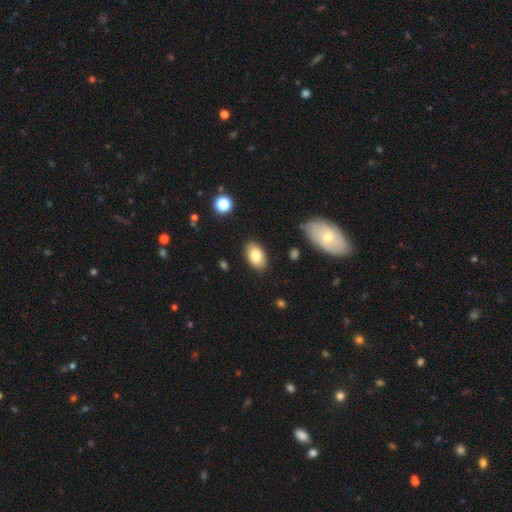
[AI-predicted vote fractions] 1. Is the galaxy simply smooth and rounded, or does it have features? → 81% smooth, 11% featured or disk, 7% star or artifact.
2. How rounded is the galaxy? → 94% in between, 4% round, 2% cigar-shaped.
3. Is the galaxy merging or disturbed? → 85% none, 11% minor disturbance, 2% major disturbance, 2% merger.